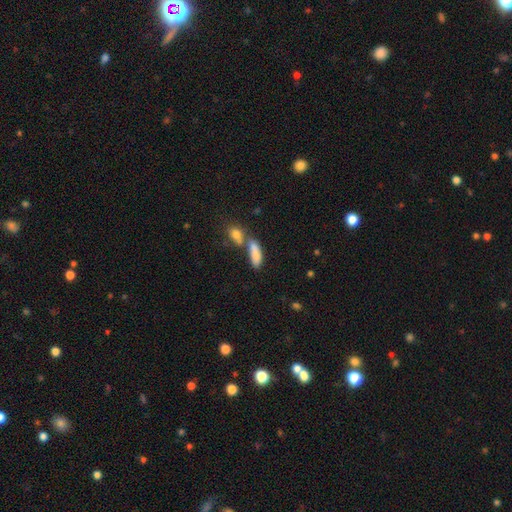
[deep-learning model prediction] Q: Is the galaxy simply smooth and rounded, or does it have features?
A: smooth — 83%.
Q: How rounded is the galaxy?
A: in between — 61%.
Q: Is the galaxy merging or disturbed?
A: merger — 43%.